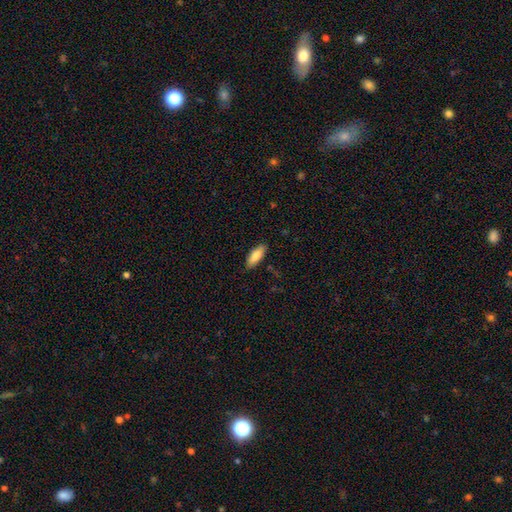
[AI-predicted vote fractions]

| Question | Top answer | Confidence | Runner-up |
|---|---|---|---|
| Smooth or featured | smooth | 84% | featured or disk (10%) |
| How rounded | in between | 73% | cigar-shaped (25%) |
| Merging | none | 85% | minor disturbance (11%) |